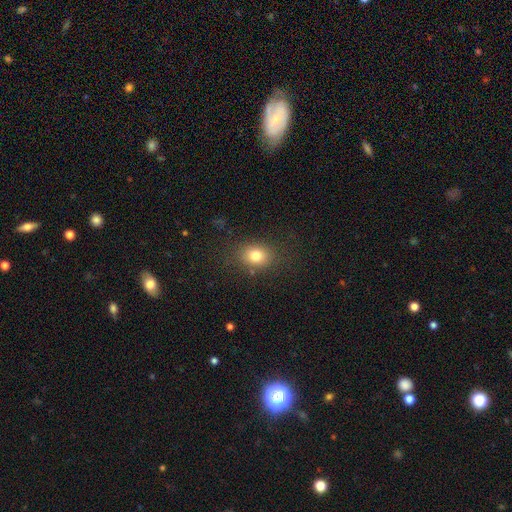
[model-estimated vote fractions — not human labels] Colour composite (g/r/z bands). It shows a smooth galaxy with no disk features (78%) that is in between round and cigar-shaped (52%). Merging: none (82%).